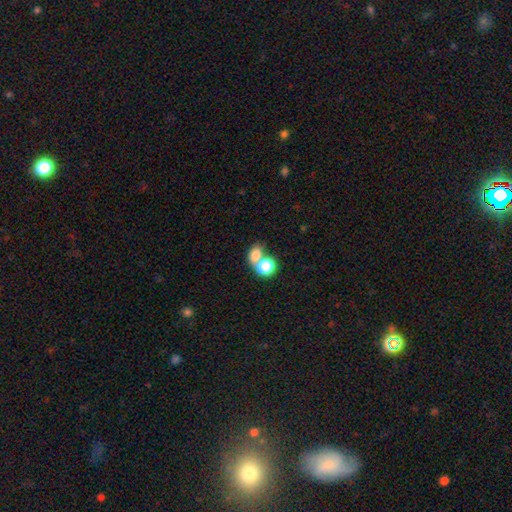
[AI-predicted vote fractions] Smooth or featured? Predicted: smooth (p=0.77). How rounded? Predicted: in between (p=0.63). Merging? Predicted: merger (p=0.57).